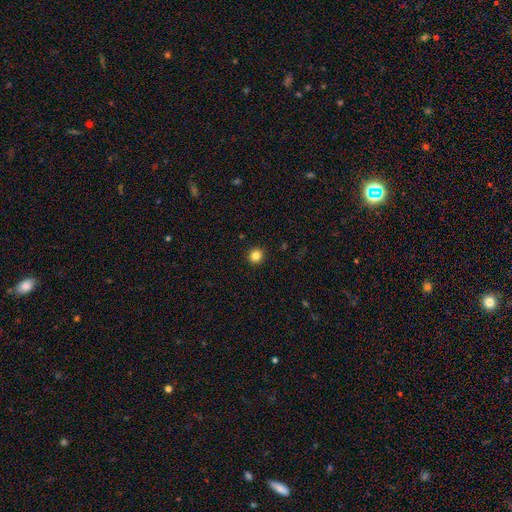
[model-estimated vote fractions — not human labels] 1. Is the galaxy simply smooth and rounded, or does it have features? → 84% smooth, 12% star or artifact, 4% featured or disk.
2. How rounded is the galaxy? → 90% round, 9% in between, 1% cigar-shaped.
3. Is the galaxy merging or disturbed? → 93% none, 5% minor disturbance, 2% major disturbance, 1% merger.